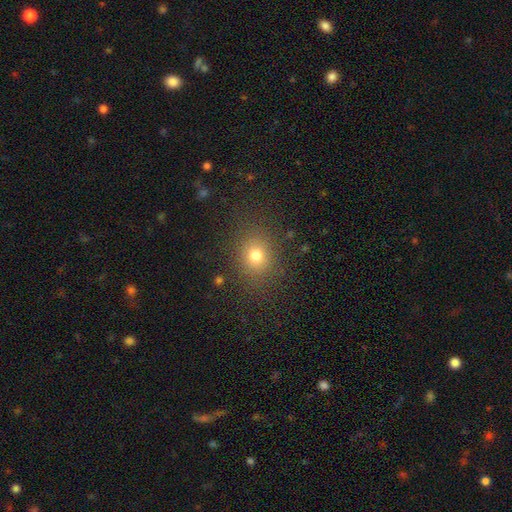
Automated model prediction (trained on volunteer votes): Morphology: type=smooth (75%); roundness=round (65%); merging=none (83%).